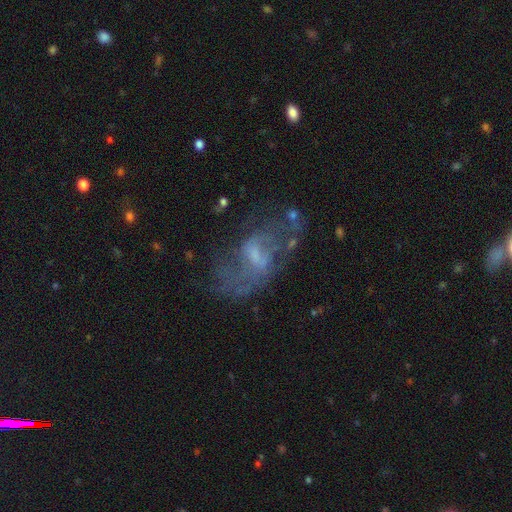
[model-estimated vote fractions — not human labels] Smooth or featured?
  - featured or disk: 66% *
  - smooth: 18%
  - star or artifact: 17%
Edge-on disk?
  - no: 94% *
  - yes: 6%
Bar?
  - weak: 51% *
  - no: 33%
  - strong: 16%
Spiral arms?
  - yes: 66% *
  - no: 34%
Bulge size?
  - small: 46% *
  - moderate: 29%
  - none: 21%
  - large: 3%
  - dominant: 1%
Merging?
  - none: 55% *
  - major disturbance: 21%
  - minor disturbance: 19%
  - merger: 4%